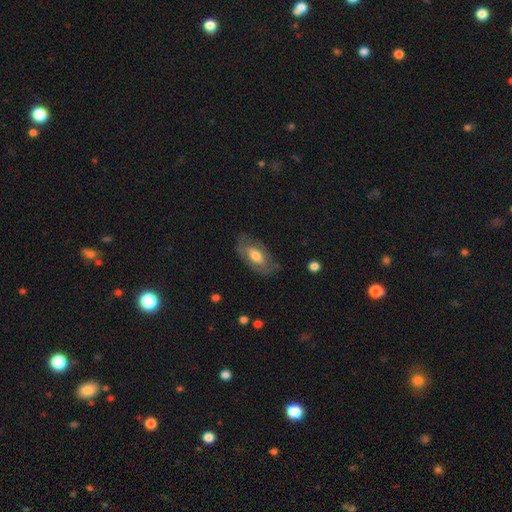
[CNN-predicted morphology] Smooth or featured? Predicted: smooth (p=0.51). How rounded? Predicted: in between (p=0.90). Merging? Predicted: none (p=0.73).